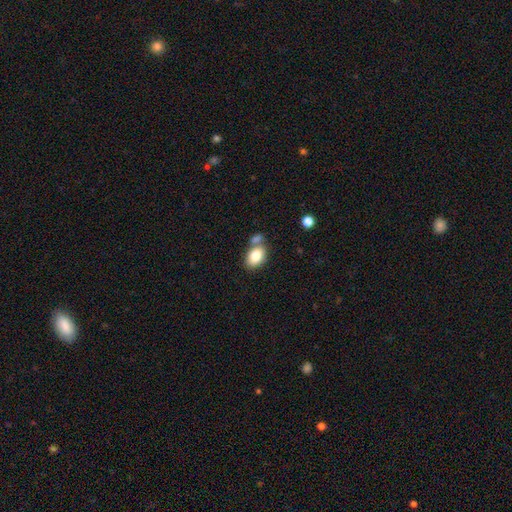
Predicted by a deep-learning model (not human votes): smooth 82%, featured or disk 11%, star or artifact 8%. Down the decision tree: how rounded — in between (85%); merging — none (53%).